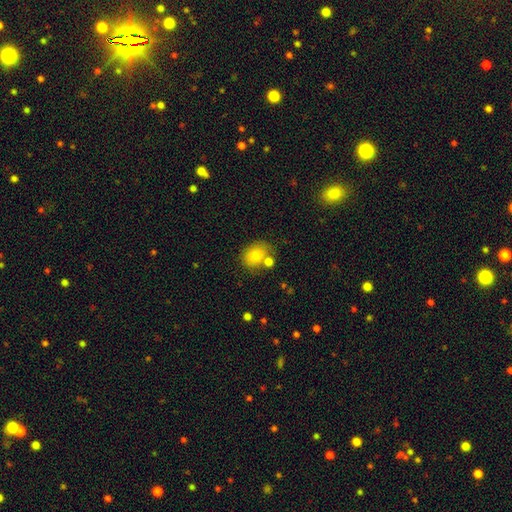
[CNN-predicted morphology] A smooth galaxy with no disk features (79%) that is round (55%).

Vote fractions:
- Smooth or featured? smooth: 79% / featured or disk: 12% / star or artifact: 10%
- How rounded? round: 55% / in between: 44% / cigar-shaped: 1%
- Merging? none: 57% / merger: 22% / minor disturbance: 16% / major disturbance: 5%